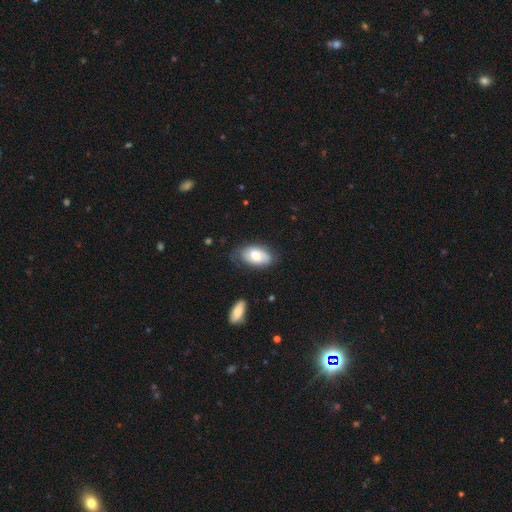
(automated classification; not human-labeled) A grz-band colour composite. It shows a smooth galaxy with no disk features (64%) that is in between round and cigar-shaped (93%). Merging: none (65%).